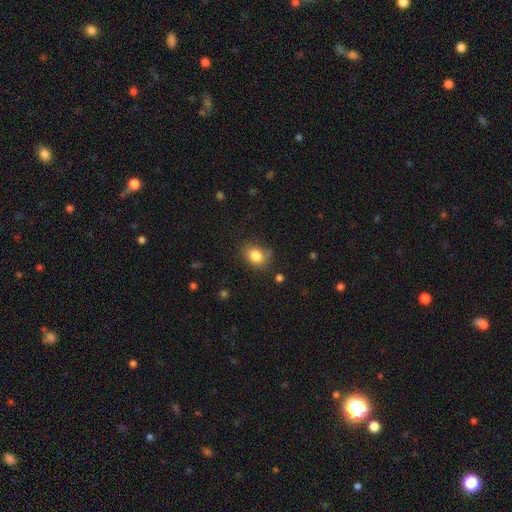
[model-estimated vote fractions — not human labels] Smooth or featured? Predicted: smooth (p=0.83). How rounded? Predicted: in between (p=0.62). Merging? Predicted: none (p=0.74).